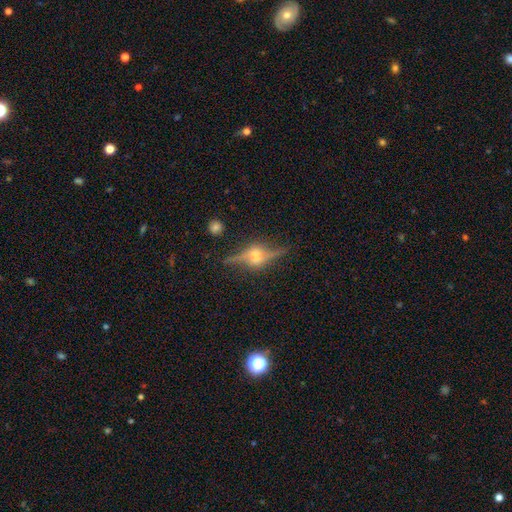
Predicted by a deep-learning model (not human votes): Morphology: type=featured or disk (85%); edge-on=yes (93%); edge-on bulge=rounded (93%); merging=none (83%).